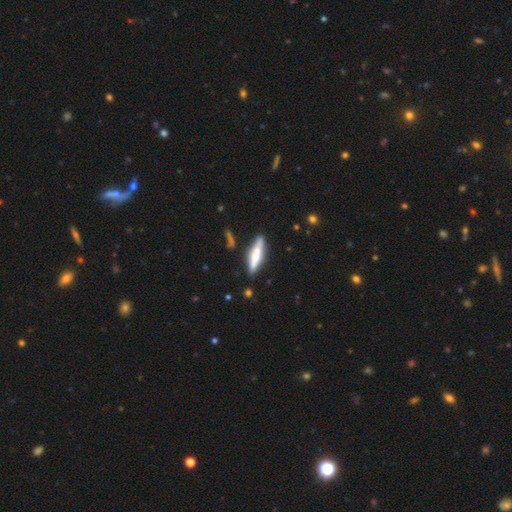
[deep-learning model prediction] A featured or disk galaxy (50%). Merging: none (76%).